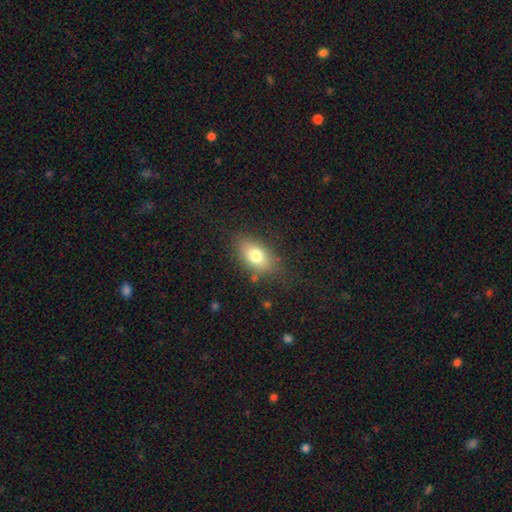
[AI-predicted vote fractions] Morphology: type=smooth (77%); roundness=in between (86%); merging=none (76%).